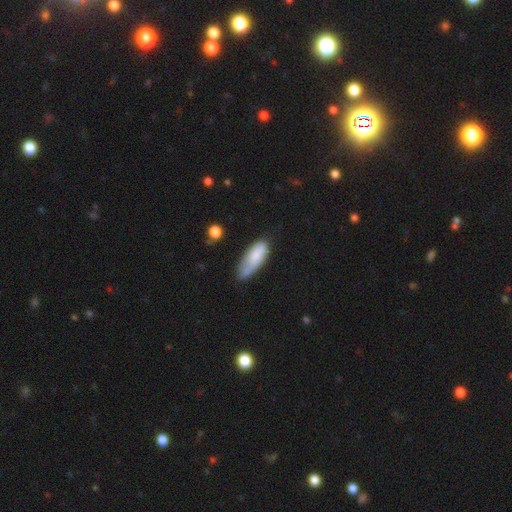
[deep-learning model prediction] Smooth or featured?
  - smooth: 78% *
  - featured or disk: 15%
  - star or artifact: 6%
How rounded?
  - in between: 70% *
  - cigar-shaped: 28%
  - round: 2%
Merging?
  - none: 44% *
  - minor disturbance: 36%
  - major disturbance: 12%
  - merger: 8%